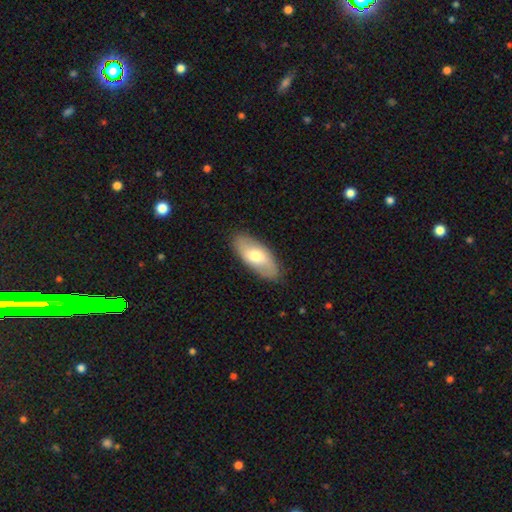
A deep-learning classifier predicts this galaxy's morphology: This is possibly a smooth galaxy (59%). How rounded: clearly in between (87%). Merging: clearly none (86%).